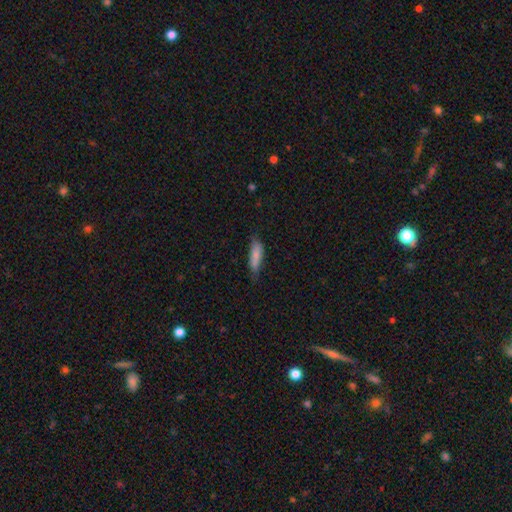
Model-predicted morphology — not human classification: This appears to be a smooth galaxy with no disk features (79%) that is cigar-shaped (51%). Merging: none (62%).